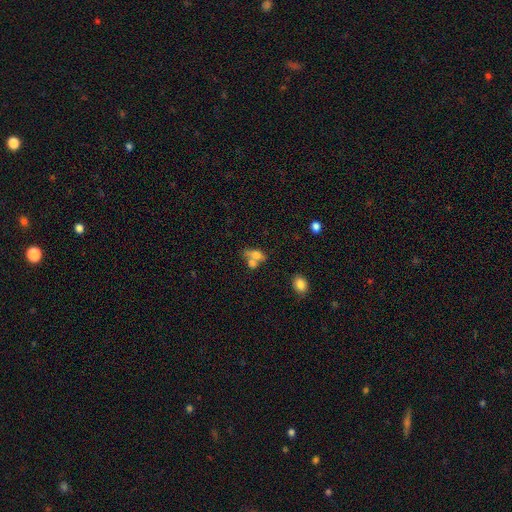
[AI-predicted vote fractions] This is likely a smooth galaxy (64%). How rounded: likely in between (70%). Merging: possibly merger (54%).